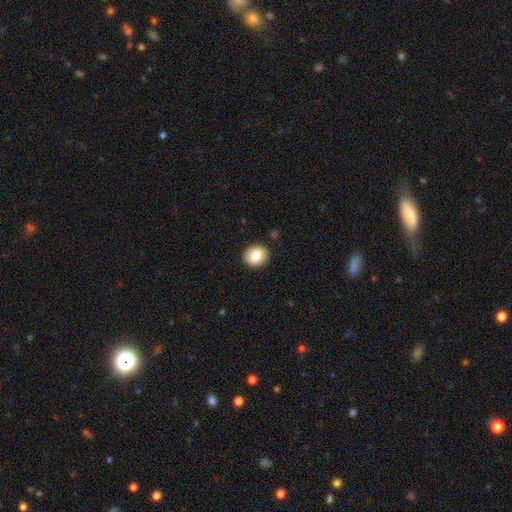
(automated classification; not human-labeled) The model was most divided on "how rounded": round: 65%, in between: 34%, cigar-shaped: 1%. More confident: merging — none (90%); smooth or featured — smooth (83%).